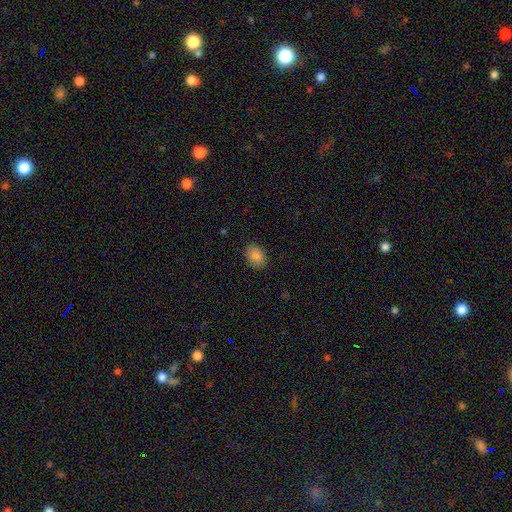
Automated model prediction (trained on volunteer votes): A smooth galaxy with no disk features (86%) that is in between round and cigar-shaped (76%).

Vote fractions:
- Smooth or featured? smooth: 86% / star or artifact: 8% / featured or disk: 6%
- How rounded? in between: 76% / round: 22% / cigar-shaped: 1%
- Merging? none: 86% / minor disturbance: 10% / major disturbance: 2% / merger: 1%